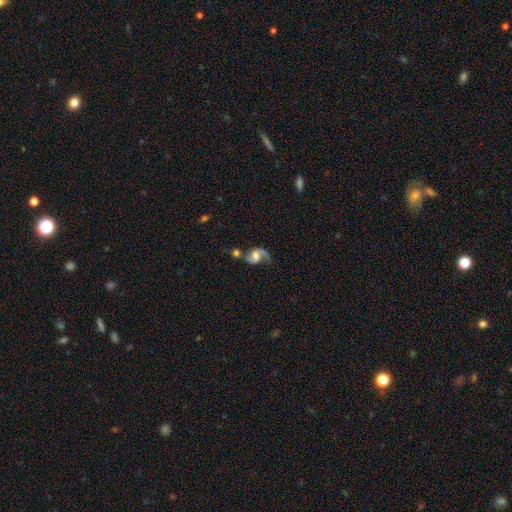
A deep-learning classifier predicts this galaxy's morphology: smooth_or_featured: featured or disk (p=0.85) [alt: smooth p=0.09]
disk_edge_on: no (p=0.98) [alt: yes p=0.02]
bar: weak (p=0.45) [alt: no p=0.41]
has_spiral_arms: yes (p=0.95) [alt: no p=0.05]
spiral_winding: loose (p=0.54) [alt: medium p=0.38]
spiral_arm_count: 2 (p=0.85) [alt: 1 p=0.10]
bulge_size: moderate (p=0.54) [alt: small p=0.22]
merging: none (p=0.52) [alt: merger p=0.19]